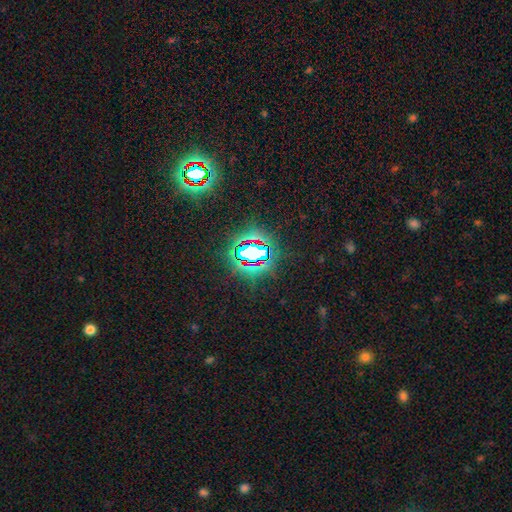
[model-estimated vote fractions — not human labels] Smooth or featured? star or artifact (74%)